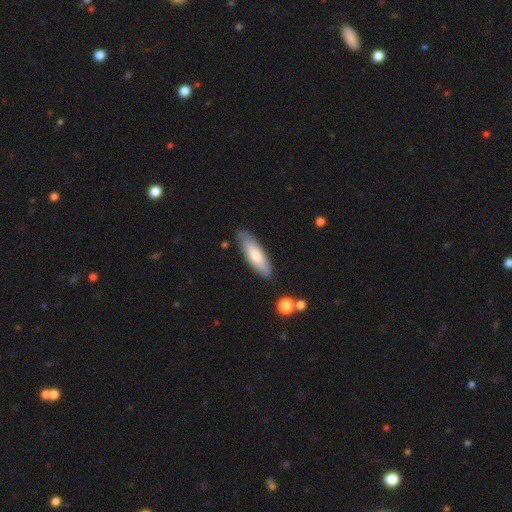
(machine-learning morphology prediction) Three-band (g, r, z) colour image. It shows a smooth galaxy with no disk features (73%) that is in between round and cigar-shaped (51%). Merging: none (79%).